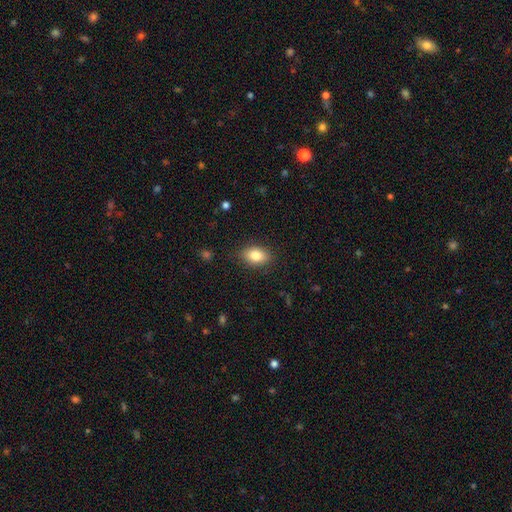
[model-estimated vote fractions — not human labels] smooth 83%, featured or disk 9%, star or artifact 8%. Down the decision tree: how rounded — in between (85%); merging — none (85%).